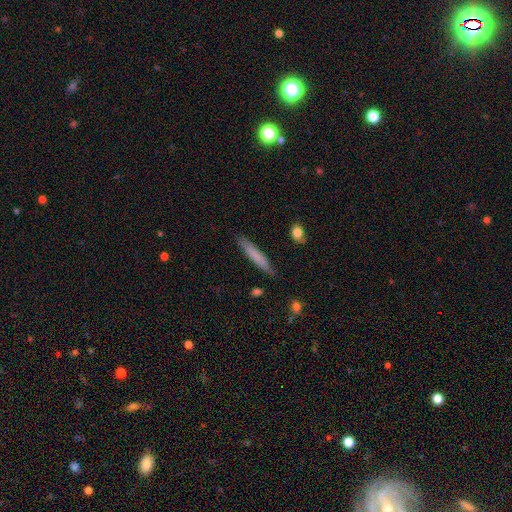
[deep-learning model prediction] Smooth or featured?
  - smooth: 74% *
  - featured or disk: 20%
  - star or artifact: 6%
How rounded?
  - cigar-shaped: 93% *
  - in between: 6%
  - round: 1%
Merging?
  - none: 87% *
  - minor disturbance: 10%
  - major disturbance: 2%
  - merger: 1%